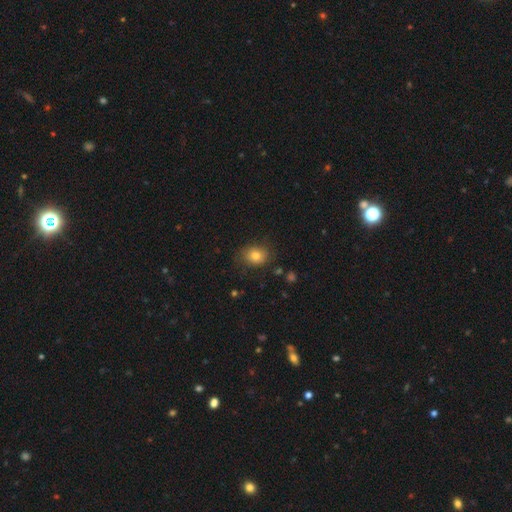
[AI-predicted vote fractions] This is likely a smooth galaxy (79%). How rounded: possibly round (50%). Merging: likely none (77%).